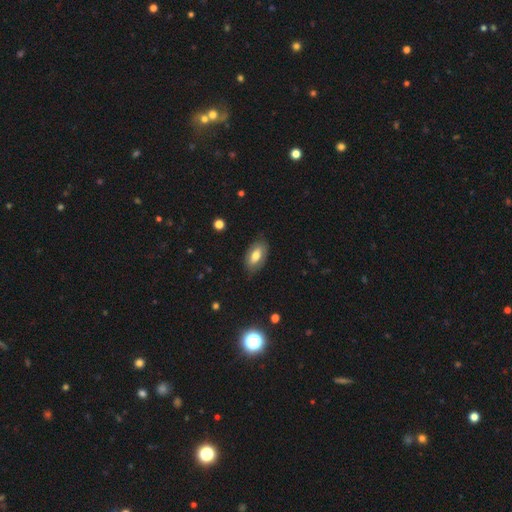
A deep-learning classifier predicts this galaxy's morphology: Overall: smooth (62%; featured or disk 31%). How rounded: in between (92%). Merging: none (79%).